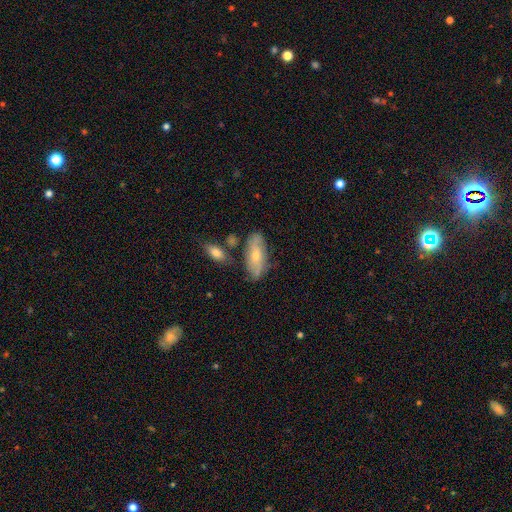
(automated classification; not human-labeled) The model was most divided on "smooth or featured": featured or disk: 47%, smooth: 45%, star or artifact: 8%. More confident: merging — none (69%).